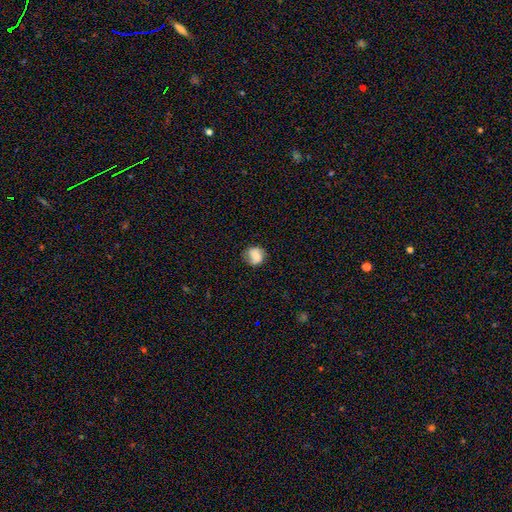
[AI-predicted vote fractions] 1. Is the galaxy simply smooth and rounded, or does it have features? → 74% smooth, 17% featured or disk, 9% star or artifact.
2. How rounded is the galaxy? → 77% round, 22% in between, 1% cigar-shaped.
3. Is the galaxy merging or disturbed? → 69% none, 22% minor disturbance, 7% major disturbance, 2% merger.